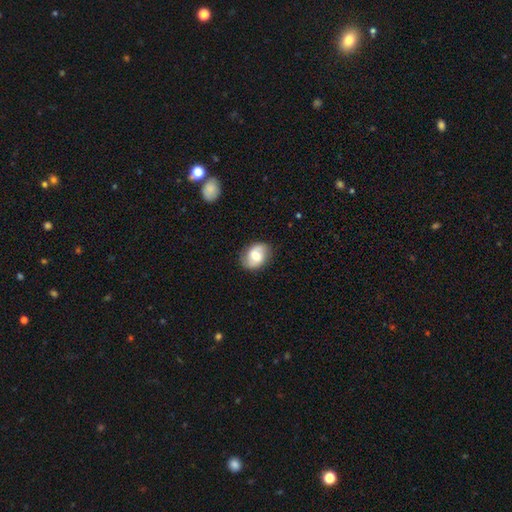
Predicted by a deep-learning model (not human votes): Overall: featured or disk (51%; smooth 42%). Edge-on disk: no (97%). Merging: none (82%).